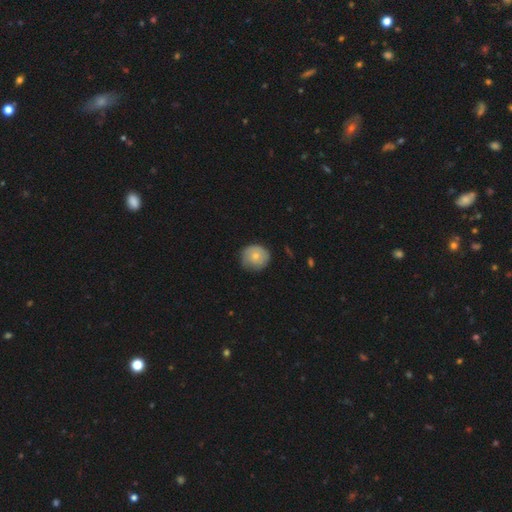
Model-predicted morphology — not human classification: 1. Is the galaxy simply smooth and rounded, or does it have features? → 66% smooth, 27% featured or disk, 7% star or artifact.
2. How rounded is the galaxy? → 88% round, 11% in between, 1% cigar-shaped.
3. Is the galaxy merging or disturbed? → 72% none, 22% minor disturbance, 5% major disturbance, 1% merger.